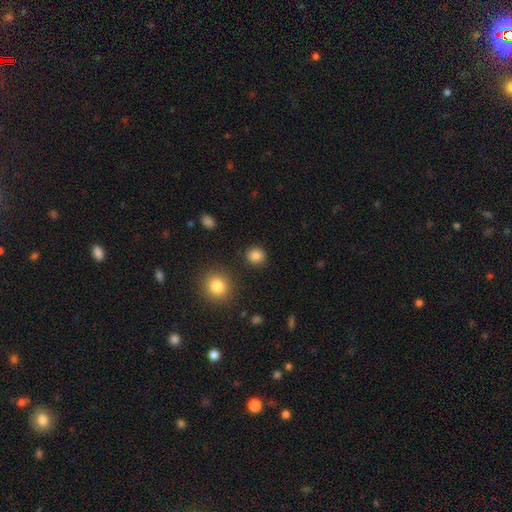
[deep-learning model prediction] smooth_or_featured: smooth (p=0.85) [alt: star or artifact p=0.11]
how_rounded: round (p=0.84) [alt: in between p=0.15]
merging: none (p=0.89) [alt: minor disturbance p=0.07]